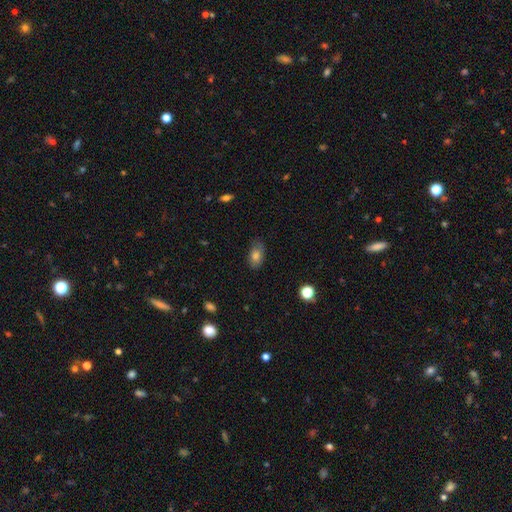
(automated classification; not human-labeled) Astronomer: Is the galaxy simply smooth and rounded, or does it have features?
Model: smooth — 78%.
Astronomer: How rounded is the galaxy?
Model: in between — 89%.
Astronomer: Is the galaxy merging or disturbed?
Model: none — 76%.